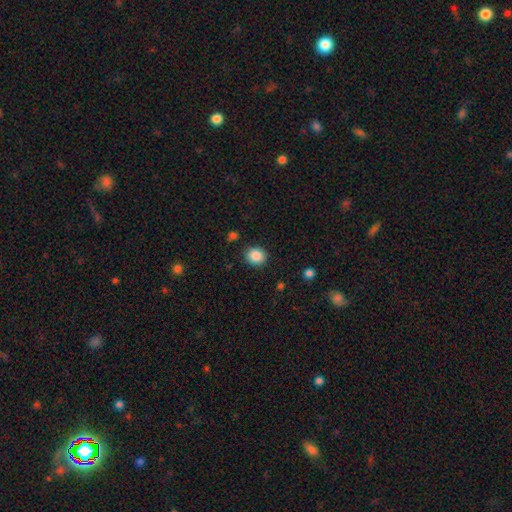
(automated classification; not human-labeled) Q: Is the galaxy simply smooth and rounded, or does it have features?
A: smooth — 87%.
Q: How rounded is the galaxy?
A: round — 78%.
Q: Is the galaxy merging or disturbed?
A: none — 87%.